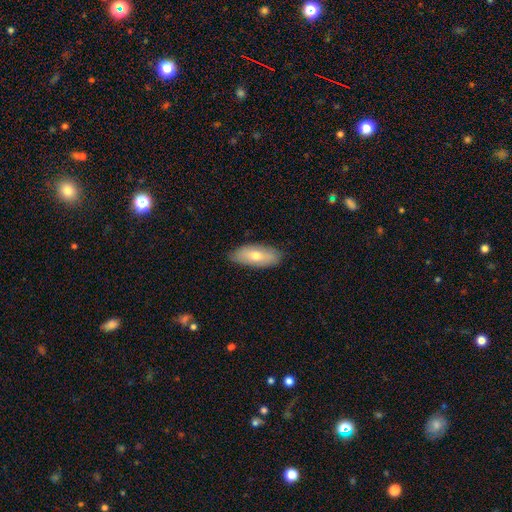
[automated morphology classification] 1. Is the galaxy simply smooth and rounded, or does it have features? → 66% smooth, 28% featured or disk, 6% star or artifact.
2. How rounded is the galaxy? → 83% in between, 14% cigar-shaped, 3% round.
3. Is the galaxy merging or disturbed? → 83% none, 13% minor disturbance, 2% major disturbance, 1% merger.